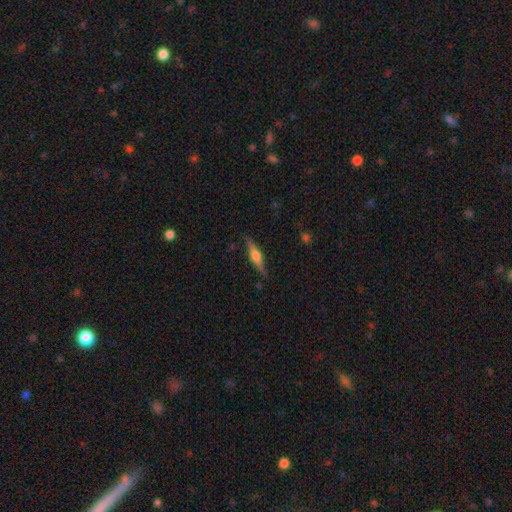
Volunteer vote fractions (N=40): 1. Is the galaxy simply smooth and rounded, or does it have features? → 70% featured or disk, 28% smooth, 2% star or artifact.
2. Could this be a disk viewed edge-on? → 96% yes, 4% no.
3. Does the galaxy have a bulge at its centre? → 93% rounded, 7% boxy, 0% none.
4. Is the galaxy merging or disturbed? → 77% none, 13% minor disturbance, 8% major disturbance, 3% merger.